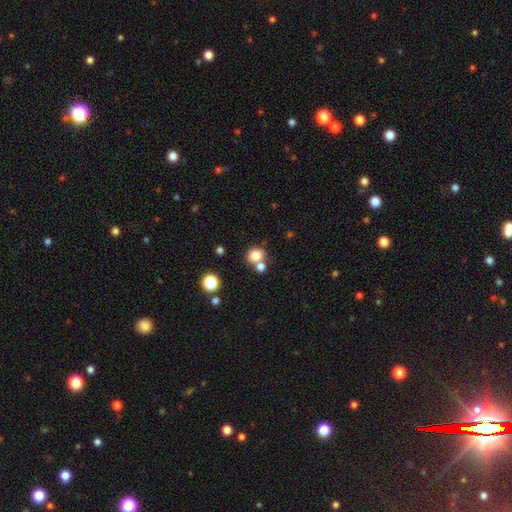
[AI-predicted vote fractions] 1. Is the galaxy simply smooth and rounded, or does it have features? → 80% smooth, 12% star or artifact, 8% featured or disk.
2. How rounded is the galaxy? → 72% round, 27% in between, 1% cigar-shaped.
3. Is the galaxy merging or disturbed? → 57% none, 30% merger, 9% minor disturbance, 4% major disturbance.